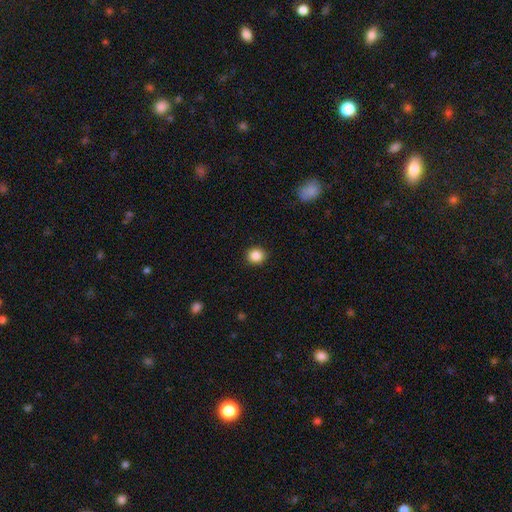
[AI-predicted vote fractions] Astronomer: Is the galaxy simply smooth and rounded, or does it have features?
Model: smooth — 86%.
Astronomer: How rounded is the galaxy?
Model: round — 86%.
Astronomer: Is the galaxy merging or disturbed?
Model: none — 91%.